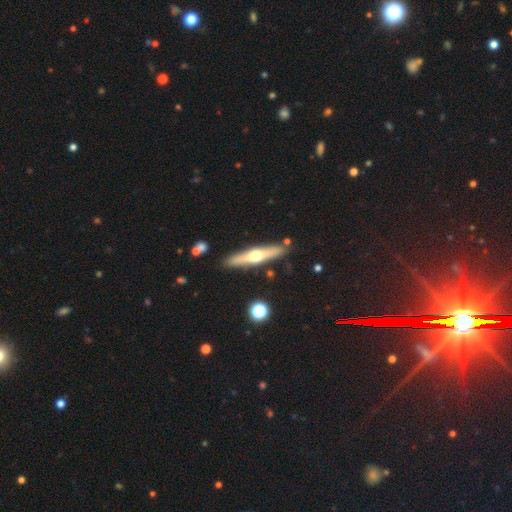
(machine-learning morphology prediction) type=featured or disk (59%); edge-on=yes (93%); edge-on bulge=rounded (93%); merging=none (87%).